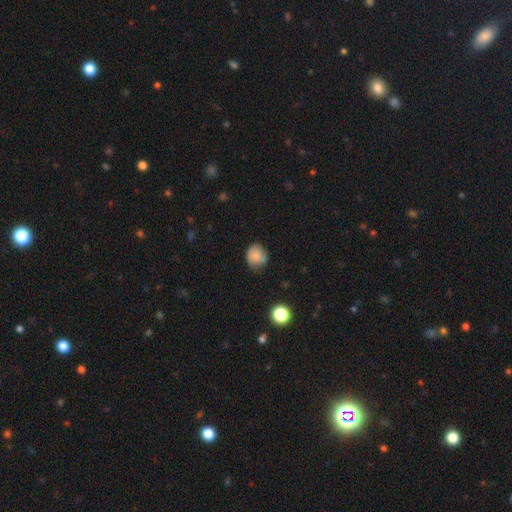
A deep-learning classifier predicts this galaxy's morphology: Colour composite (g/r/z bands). It shows a smooth galaxy with no disk features (81%) that is round (75%). Merging: none (69%).